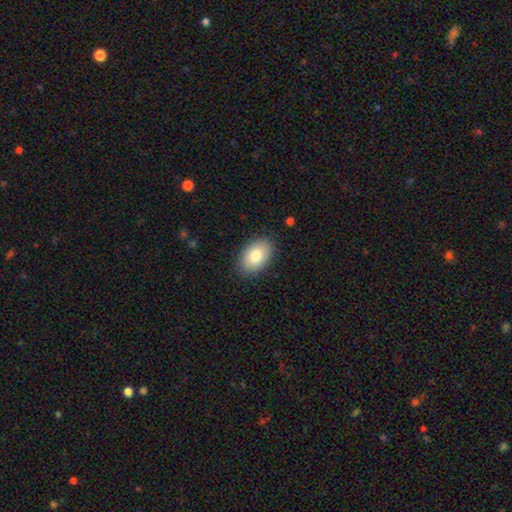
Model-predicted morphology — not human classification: Smooth or featured? Predicted: smooth (p=0.80). How rounded? Predicted: in between (p=0.90). Merging? Predicted: none (p=0.87).